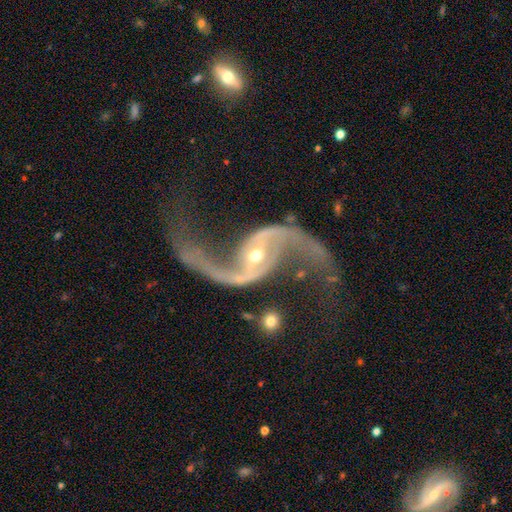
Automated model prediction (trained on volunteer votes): A featured or disk galaxy (94%) with no bar (37%), 2 (95%) loose (79%) spiral arms (98%) and a small central bulge (61%).

Vote fractions:
- Smooth or featured? featured or disk: 94% / star or artifact: 4% / smooth: 2%
- Edge-on disk? no: 98% / yes: 2%
- Bar? no: 37% / weak: 33% / strong: 30%
- Spiral arms? yes: 98% / no: 2%
- Spiral winding? loose: 79% / medium: 16% / tight: 5%
- Spiral arm count? 2: 95% / 1: 1% / can't tell: 1% / 3: 1% / 4: 1% / more than 4: 1%
- Bulge size? small: 61% / moderate: 35% / large: 2% / none: 1% / dominant: 1%
- Merging? none: 69% / minor disturbance: 15% / major disturbance: 12% / merger: 4%